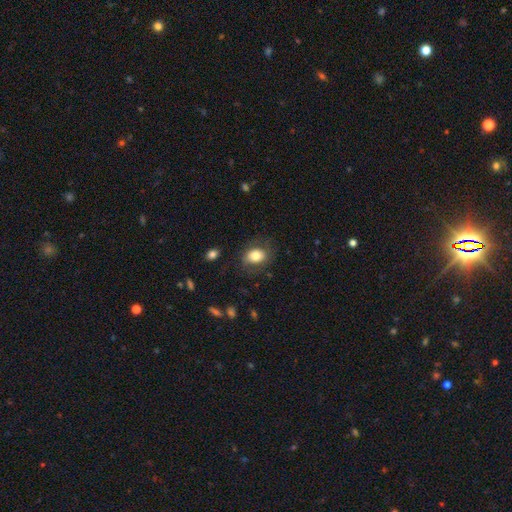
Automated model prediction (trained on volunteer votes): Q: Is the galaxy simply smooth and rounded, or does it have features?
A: smooth — 78%.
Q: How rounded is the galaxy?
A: in between — 70%.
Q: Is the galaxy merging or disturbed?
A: none — 74%.